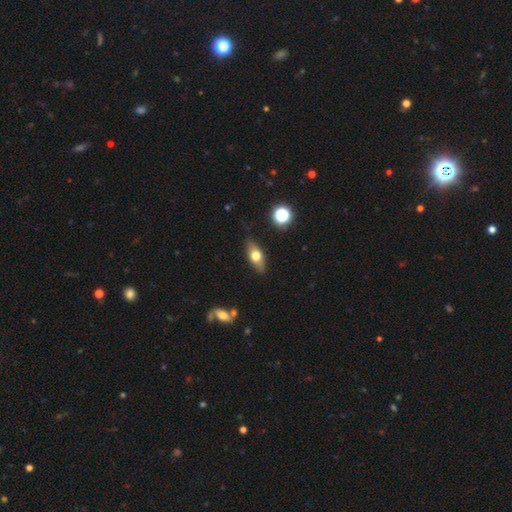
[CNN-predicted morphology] type=smooth (61%); roundness=in between (73%); merging=none (83%).